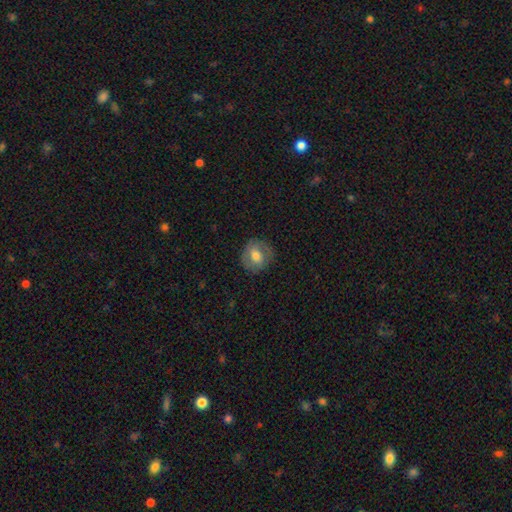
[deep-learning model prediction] Morphology: type=smooth (61%); roundness=round (79%); merging=none (80%).